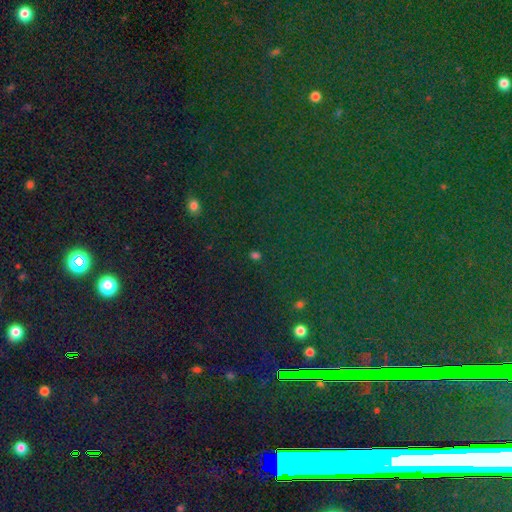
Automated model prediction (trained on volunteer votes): This is possibly a star or artifact rather than a galaxy (55%).